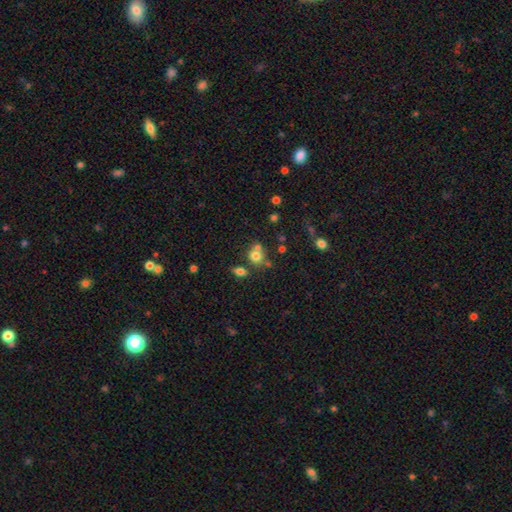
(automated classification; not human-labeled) Overall: smooth (74%). How rounded: round (75%). Merging: none (49%; merger 35%).